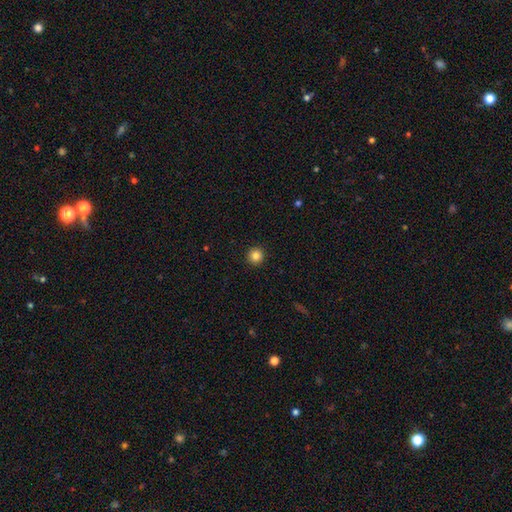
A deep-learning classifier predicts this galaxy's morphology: Smooth or featured: smooth — 84% (star or artifact — 11%)
How rounded: round — 96% (in between — 3%)
Merging: none — 93% (minor disturbance — 4%)